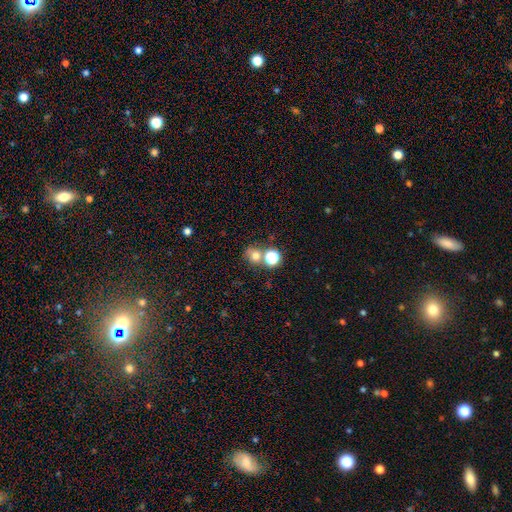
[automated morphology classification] Overall: smooth (69%). How rounded: round (77%). Merging: none (54%; merger 32%).